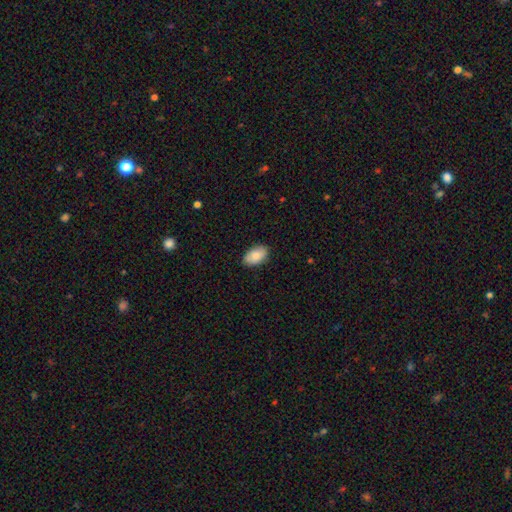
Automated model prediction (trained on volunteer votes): The model was most divided on "merging": none: 87%, minor disturbance: 10%, major disturbance: 2%, merger: 1%. More confident: how rounded — in between (94%); smooth or featured — smooth (87%).